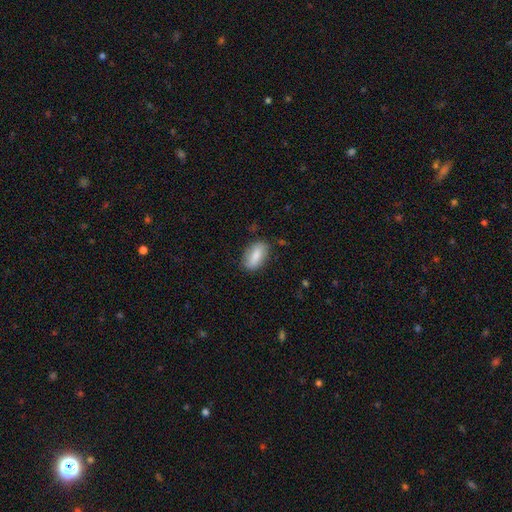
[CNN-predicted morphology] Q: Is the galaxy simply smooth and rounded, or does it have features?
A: smooth — 77%.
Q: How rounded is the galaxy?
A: in between — 87%.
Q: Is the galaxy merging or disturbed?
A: none — 79%.